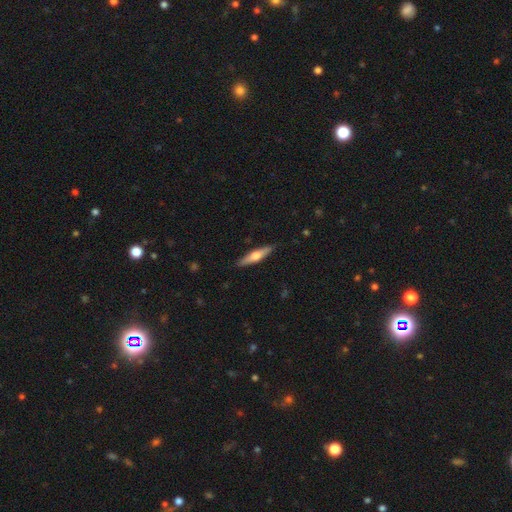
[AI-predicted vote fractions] Smooth or featured?
  - featured or disk: 54% *
  - smooth: 41%
  - star or artifact: 6%
Edge-on disk?
  - yes: 95% *
  - no: 5%
Edge-on bulge?
  - rounded: 91% *
  - boxy: 5%
  - none: 4%
Merging?
  - none: 89% *
  - minor disturbance: 9%
  - major disturbance: 2%
  - merger: 1%